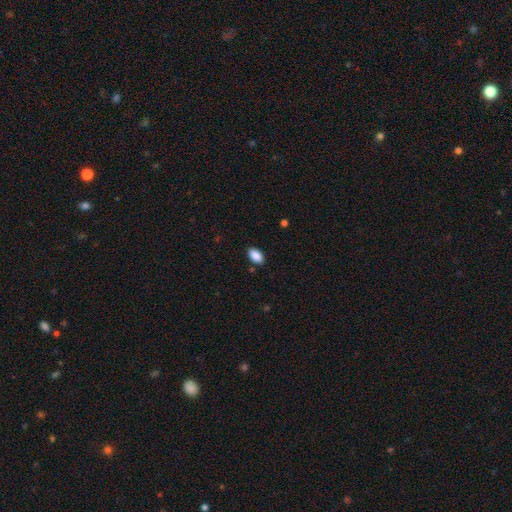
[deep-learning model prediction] smooth 89%, star or artifact 7%, featured or disk 3%. Down the decision tree: how rounded — in between (94%); merging — none (87%).